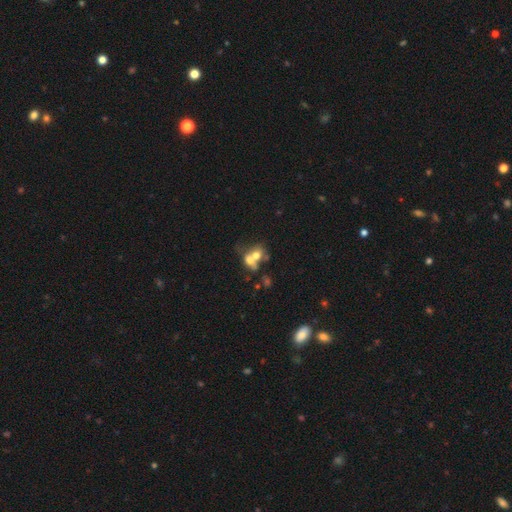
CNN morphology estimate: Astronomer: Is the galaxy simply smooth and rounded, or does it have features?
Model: smooth — 61%.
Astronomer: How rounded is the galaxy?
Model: round — 53% (runner-up: in between, 45%).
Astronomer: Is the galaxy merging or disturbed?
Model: merger — 68%.